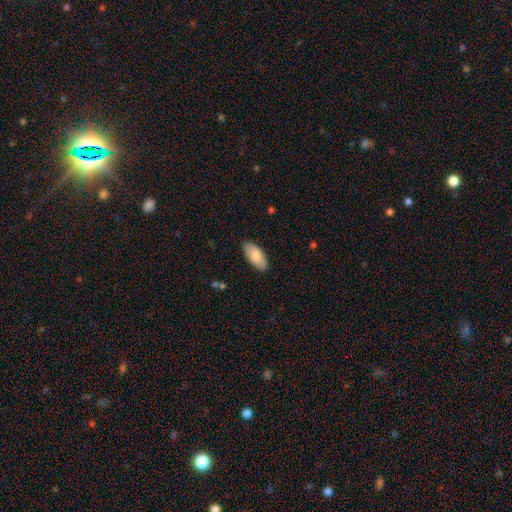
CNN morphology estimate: A smooth galaxy with no disk features (84%) that is in between round and cigar-shaped (89%). Merging: none (87%).